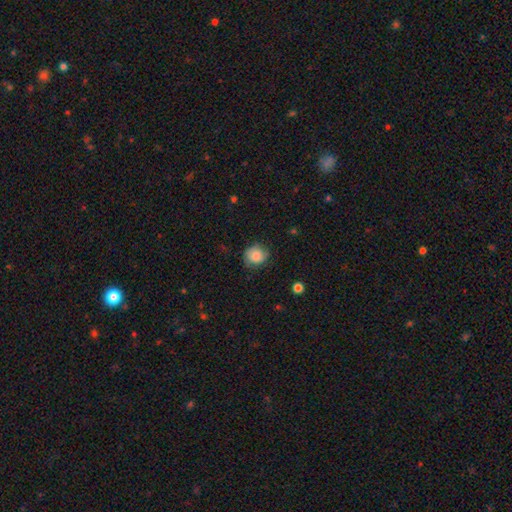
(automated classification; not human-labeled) Smooth or featured? smooth (82%)
How rounded? round (81%)
Merging? none (74%)